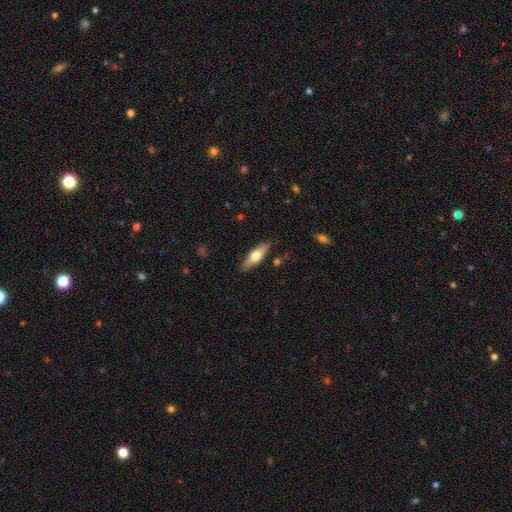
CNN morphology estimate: Overall: smooth (57%; featured or disk 37%). How rounded: cigar-shaped (51%; in between 46%). Merging: none (87%).